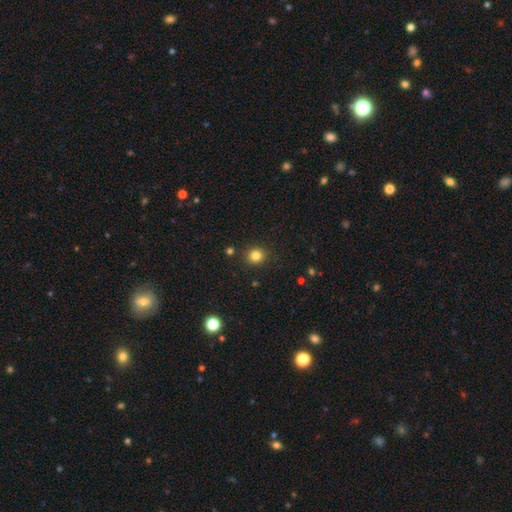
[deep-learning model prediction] smooth-or-featured: smooth: 82% | star or artifact: 12% | featured or disk: 5%
  how-rounded: round: 86% | in between: 13% | cigar-shaped: 1%
  merging: none: 89% | minor disturbance: 6% | merger: 2% | major disturbance: 2%